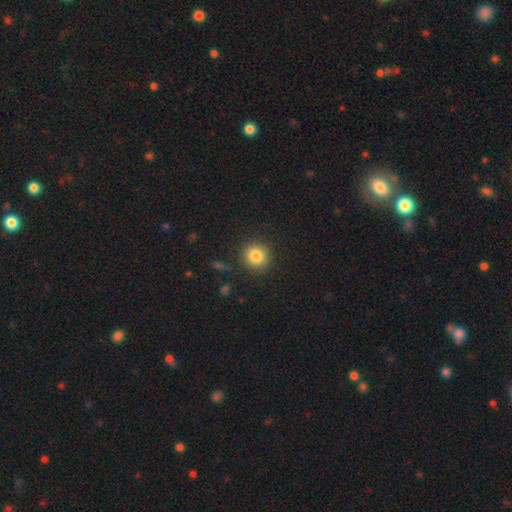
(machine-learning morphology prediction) type=smooth (84%); roundness=round (90%); merging=none (89%).